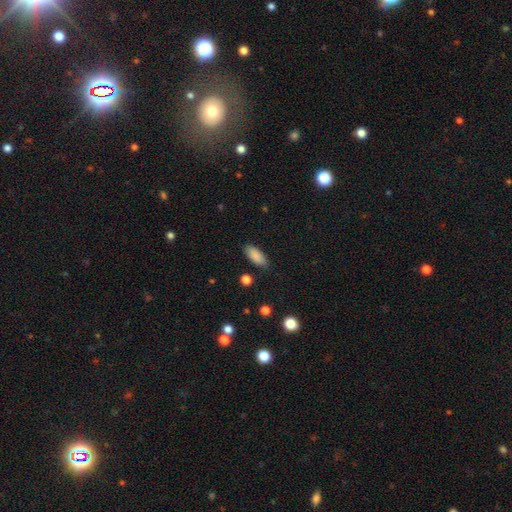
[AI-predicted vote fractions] Smooth or featured: smooth — 88% (star or artifact — 7%)
How rounded: in between — 82% (cigar-shaped — 16%)
Merging: none — 84% (minor disturbance — 12%)